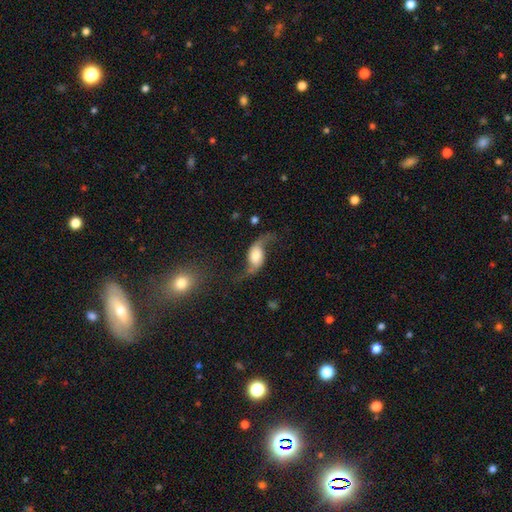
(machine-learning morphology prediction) smooth_or_featured: featured or disk (p=0.80) [alt: smooth p=0.13]
disk_edge_on: no (p=0.94) [alt: yes p=0.06]
bar: no (p=0.56) [alt: weak p=0.31]
has_spiral_arms: yes (p=0.95) [alt: no p=0.05]
spiral_winding: loose (p=0.90) [alt: medium p=0.08]
spiral_arm_count: 2 (p=0.93) [alt: 1 p=0.02]
bulge_size: moderate (p=0.33) [alt: large p=0.31]
merging: none (p=0.63) [alt: minor disturbance p=0.17]